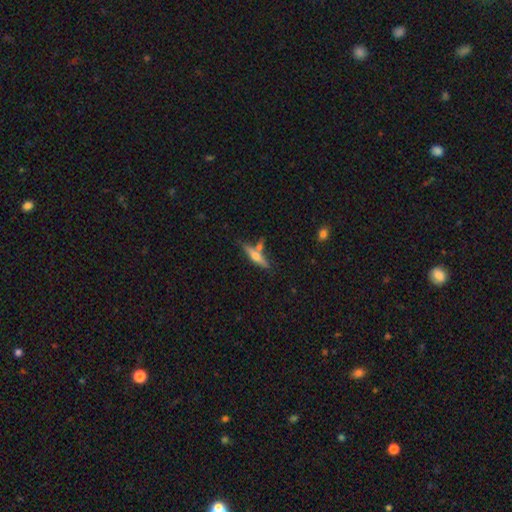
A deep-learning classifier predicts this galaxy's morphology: Smooth or featured? featured or disk (47%)
Merging? none (65%)